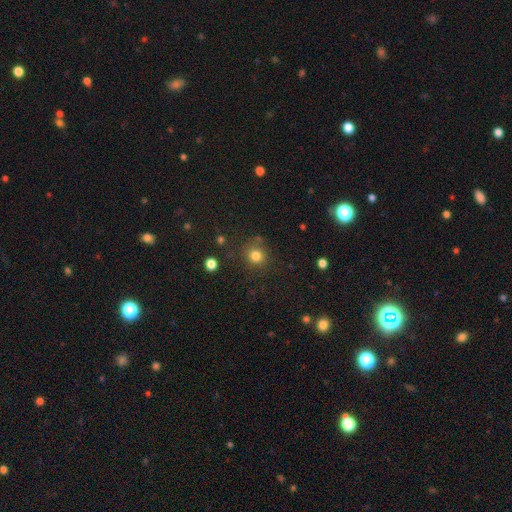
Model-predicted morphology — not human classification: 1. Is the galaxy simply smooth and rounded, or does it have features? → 81% smooth, 13% star or artifact, 6% featured or disk.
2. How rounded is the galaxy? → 88% round, 11% in between, 1% cigar-shaped.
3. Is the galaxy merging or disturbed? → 81% none, 11% minor disturbance, 4% merger, 4% major disturbance.